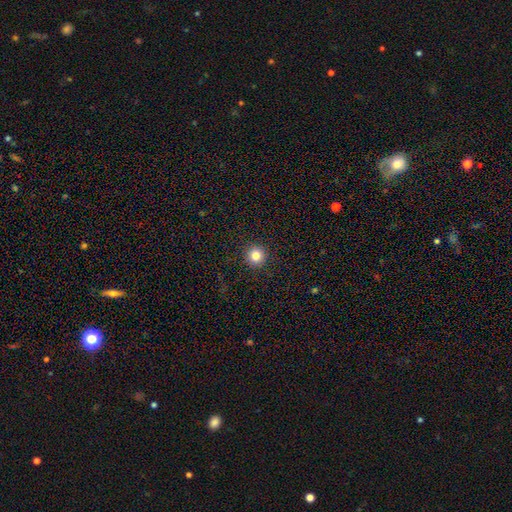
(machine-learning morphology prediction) type=smooth (82%); roundness=round (95%); merging=none (93%).